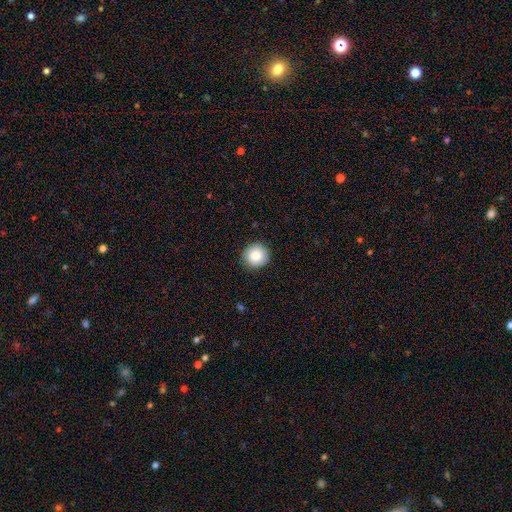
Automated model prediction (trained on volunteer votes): Smooth or featured? Predicted: smooth (p=0.84). How rounded? Predicted: round (p=0.94). Merging? Predicted: none (p=0.91).